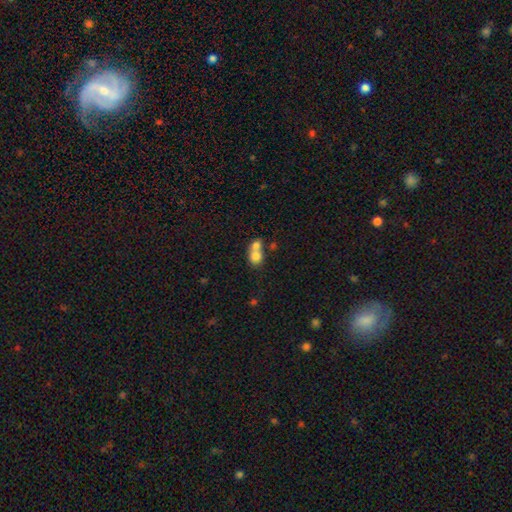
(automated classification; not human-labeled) Overall: smooth (77%). How rounded: round (66%; in between 32%). Merging: merger (66%).